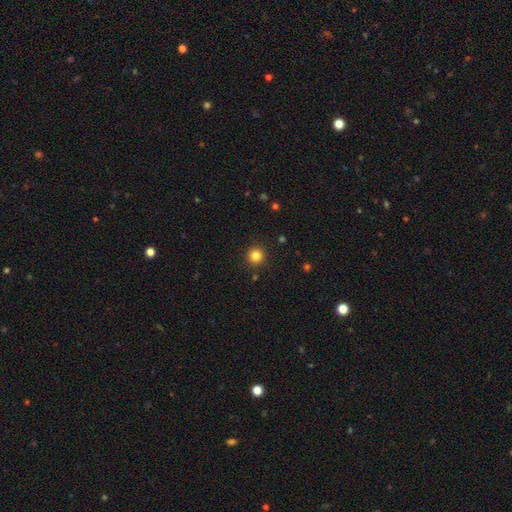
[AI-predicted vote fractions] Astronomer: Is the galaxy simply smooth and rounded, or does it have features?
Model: smooth — 83%.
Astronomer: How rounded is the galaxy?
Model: round — 95%.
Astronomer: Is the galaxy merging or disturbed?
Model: none — 92%.